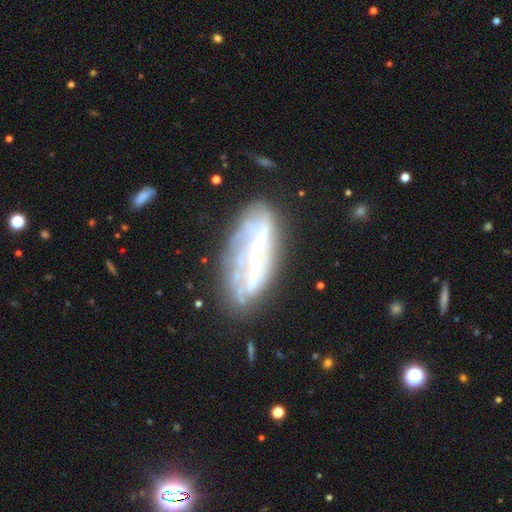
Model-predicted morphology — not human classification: A featured or disk galaxy (69%) with a strong bar (43%), spiral arms (51%) and a small central bulge (39%). Merging: none (62%).